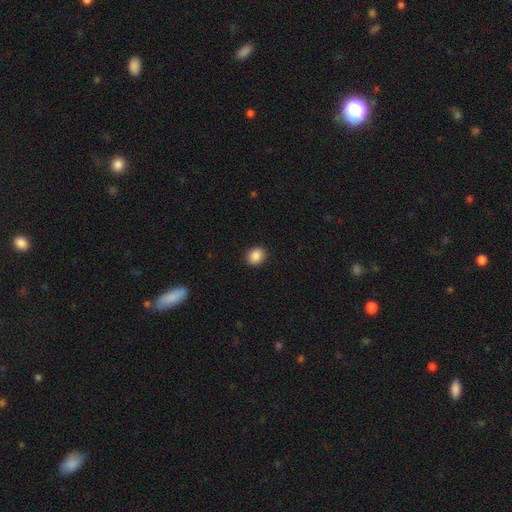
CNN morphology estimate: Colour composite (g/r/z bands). It shows a smooth galaxy with no disk features (88%) that is round (58%). Merging: none (91%).